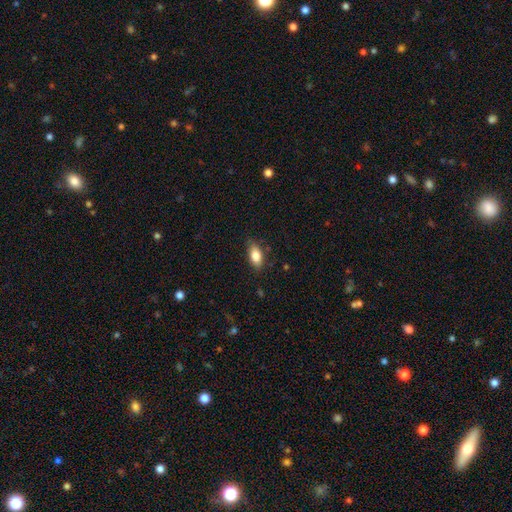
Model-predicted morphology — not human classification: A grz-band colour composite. It shows a smooth galaxy with no disk features (83%) that is in between round and cigar-shaped (88%). Merging: none (79%).